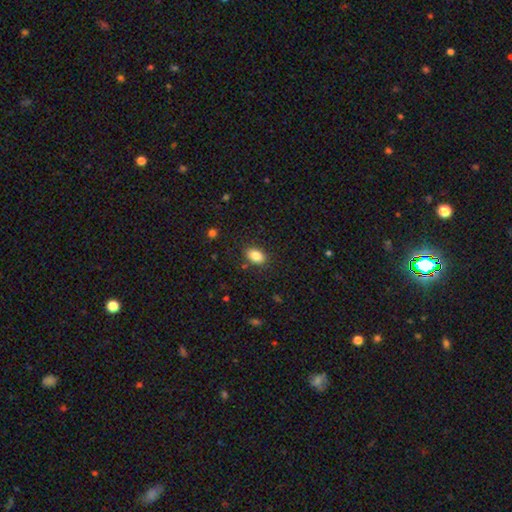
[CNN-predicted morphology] This is clearly a smooth galaxy (85%). How rounded: clearly in between (84%). Merging: clearly none (86%).